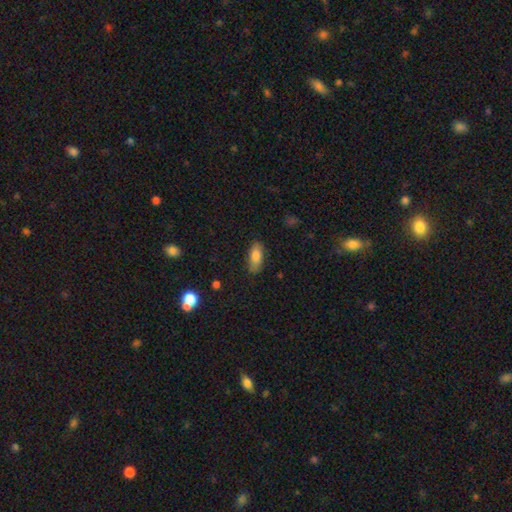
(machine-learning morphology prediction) The model was most divided on "merging": none: 82%, minor disturbance: 13%, major disturbance: 3%, merger: 1%. More confident: how rounded — in between (84%); smooth or featured — smooth (82%).